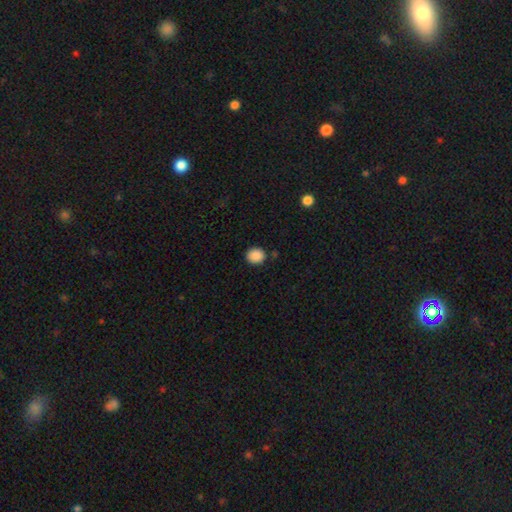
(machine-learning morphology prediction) This appears to be a smooth galaxy with no disk features (89%) that is round (77%). Merging: none (86%).